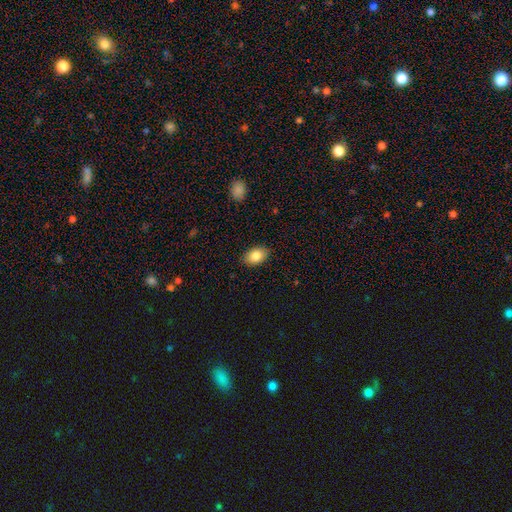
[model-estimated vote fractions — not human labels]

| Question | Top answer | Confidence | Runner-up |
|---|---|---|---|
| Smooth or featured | smooth | 84% | featured or disk (8%) |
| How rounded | in between | 85% | round (14%) |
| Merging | none | 88% | minor disturbance (9%) |